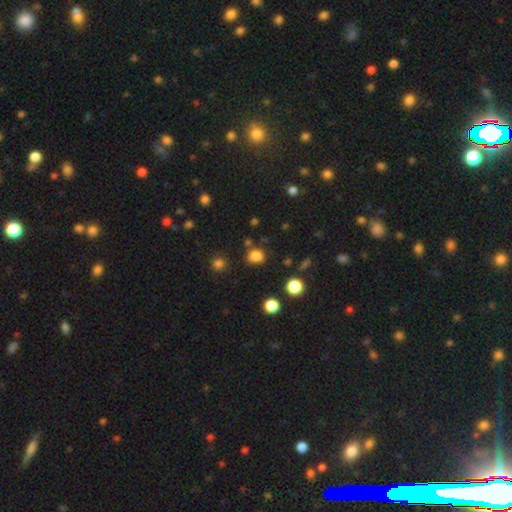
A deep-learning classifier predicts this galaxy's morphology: smooth 81%, star or artifact 15%, featured or disk 4%. Down the decision tree: how rounded — round (52%); merging — none (73%).